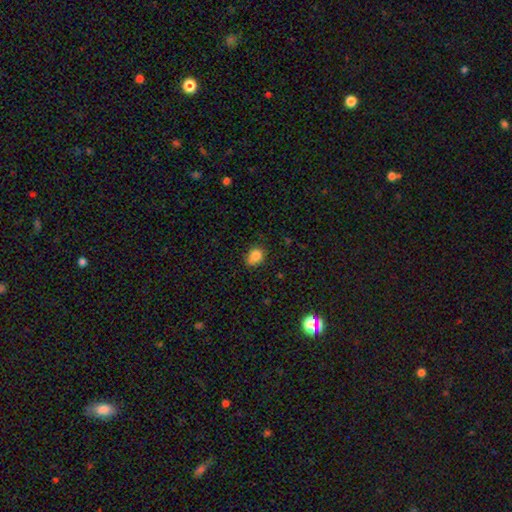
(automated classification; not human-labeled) Smooth or featured? Predicted: smooth (p=0.82). How rounded? Predicted: round (p=0.63). Merging? Predicted: none (p=0.68).